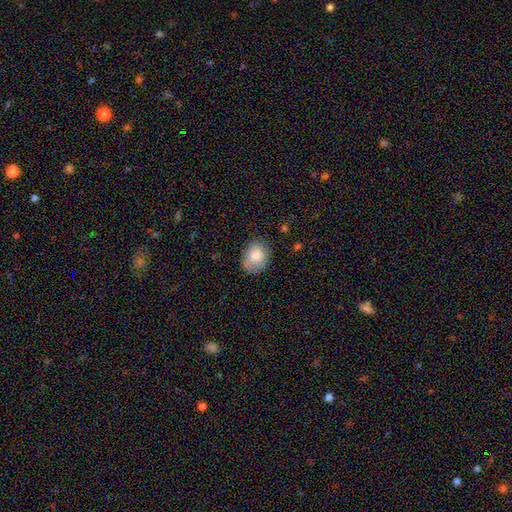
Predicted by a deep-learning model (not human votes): Smooth or featured: smooth — 82% (featured or disk — 10%)
How rounded: in between — 57% (round — 42%)
Merging: none — 71% (minor disturbance — 22%)